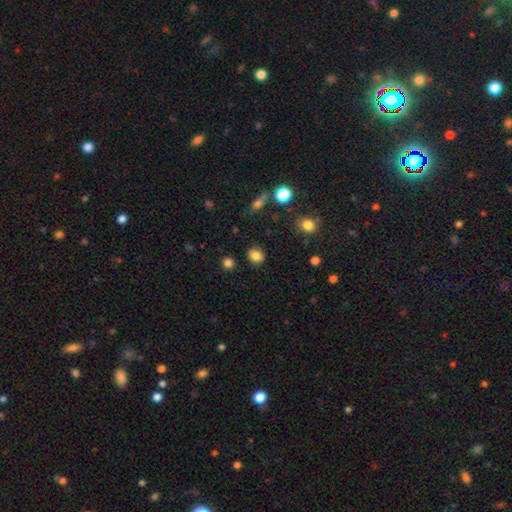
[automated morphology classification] smooth-or-featured: smooth: 84% | star or artifact: 11% | featured or disk: 5%
  how-rounded: round: 60% | in between: 39% | cigar-shaped: 1%
  merging: none: 86% | minor disturbance: 9% | major disturbance: 3% | merger: 2%